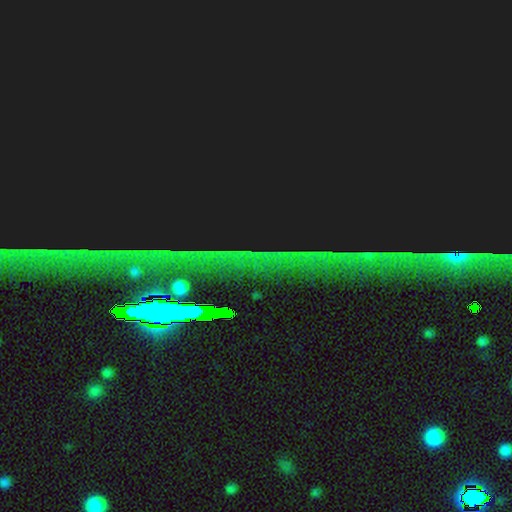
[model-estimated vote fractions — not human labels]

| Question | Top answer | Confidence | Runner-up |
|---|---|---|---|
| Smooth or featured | star or artifact | 82% | featured or disk (10%) |